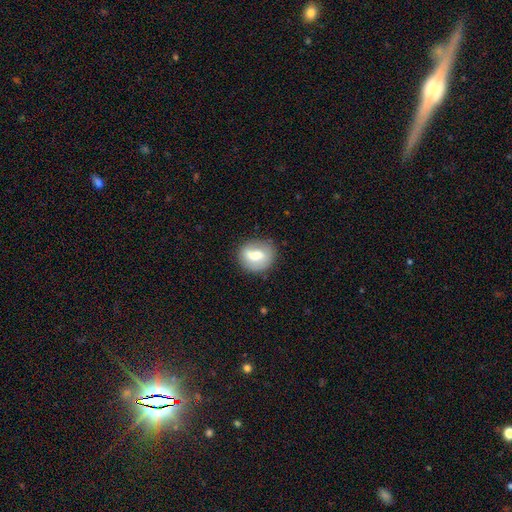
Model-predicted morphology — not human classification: A smooth galaxy with no disk features (56%) that is round (71%).

Vote fractions:
- Smooth or featured? smooth: 56% / featured or disk: 36% / star or artifact: 8%
- How rounded? round: 71% / in between: 28% / cigar-shaped: 1%
- Merging? none: 77% / minor disturbance: 15% / major disturbance: 5% / merger: 3%